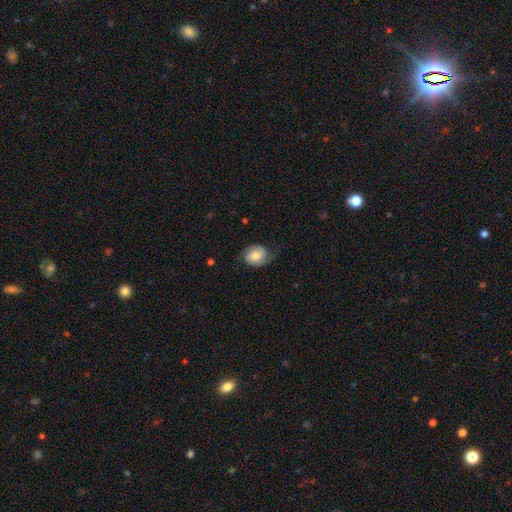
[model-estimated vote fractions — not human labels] Smooth or featured? smooth (54%)
How rounded? in between (50%)
Merging? none (64%)